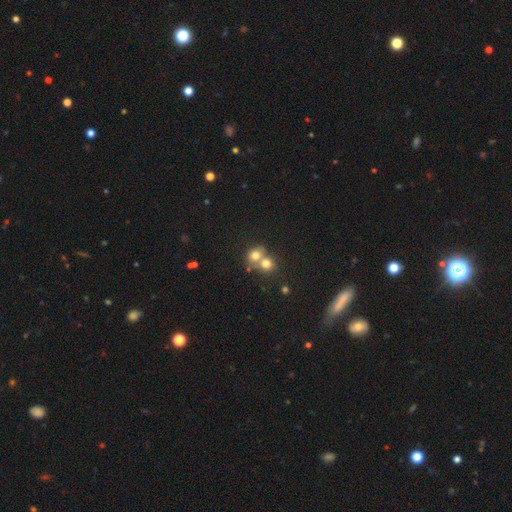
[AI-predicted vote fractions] Smooth or featured? Predicted: smooth (p=0.72). How rounded? Predicted: round (p=0.69). Merging? Predicted: merger (p=0.58).